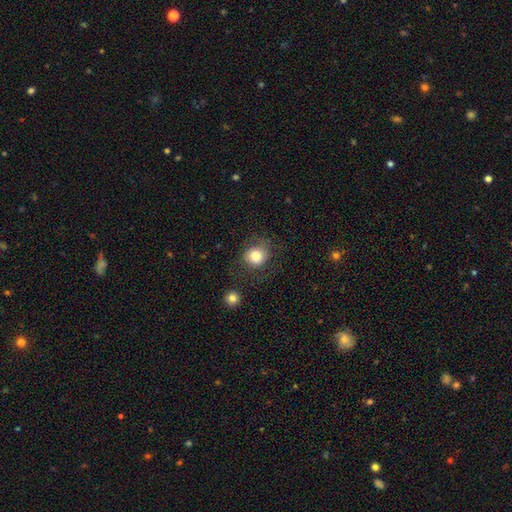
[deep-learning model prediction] A smooth galaxy with no disk features (81%) that is round (81%). Merging: none (67%).